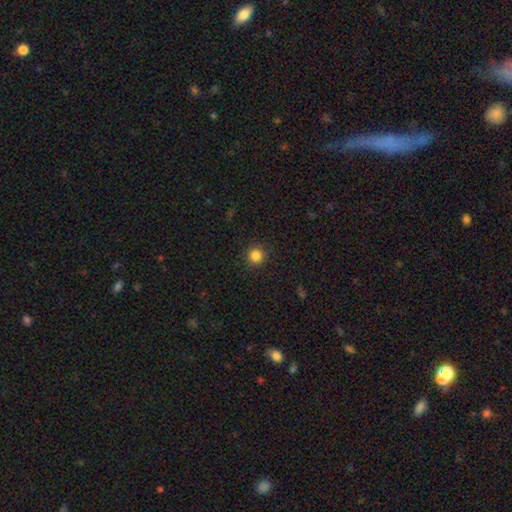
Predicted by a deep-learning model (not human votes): This is clearly a smooth galaxy (85%). How rounded: clearly round (94%). Merging: clearly none (91%).